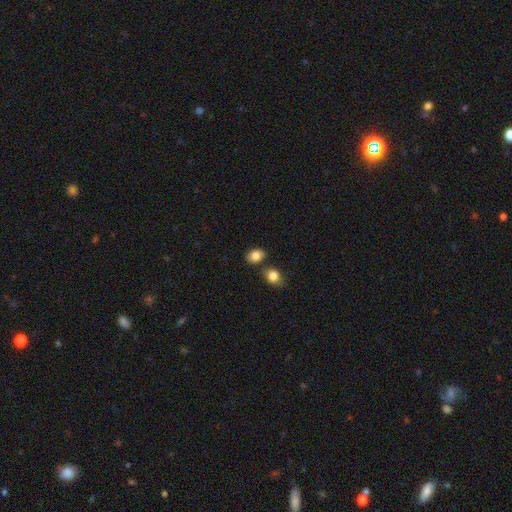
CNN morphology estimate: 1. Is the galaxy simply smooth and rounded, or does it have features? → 85% smooth, 9% star or artifact, 7% featured or disk.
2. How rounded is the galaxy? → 69% in between, 30% round, 1% cigar-shaped.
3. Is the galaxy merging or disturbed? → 71% none, 14% merger, 12% minor disturbance, 3% major disturbance.